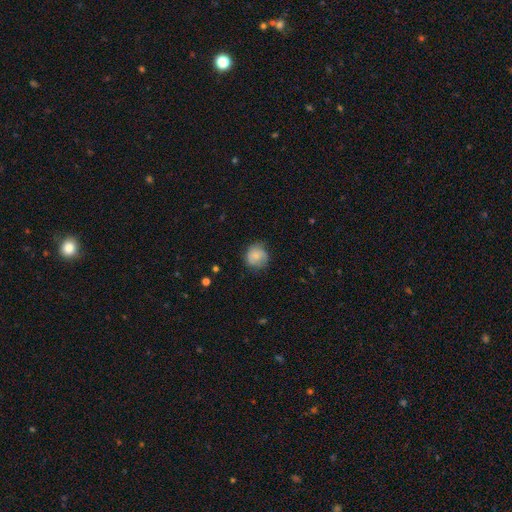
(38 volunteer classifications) smooth 82%, featured or disk 13%, star or artifact 5%. Down the decision tree: how rounded — round (97%); merging — none (64%).